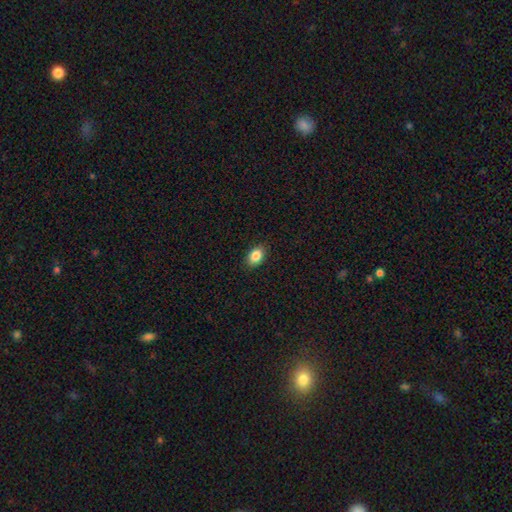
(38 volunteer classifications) A smooth galaxy with no disk features (95%) that is in between round and cigar-shaped (89%). Merging: none (86%).